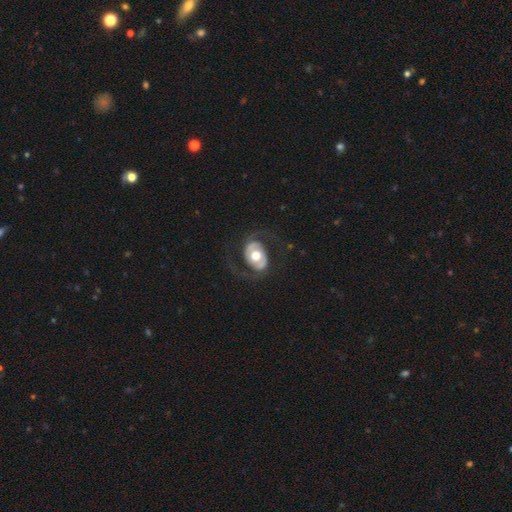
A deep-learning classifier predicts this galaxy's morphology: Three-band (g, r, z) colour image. It shows a featured or disk galaxy (79%) with no bar (60%), 2 (91%) medium (44%) spiral arms (82%) and a moderate central bulge (61%). Merging: none (71%).